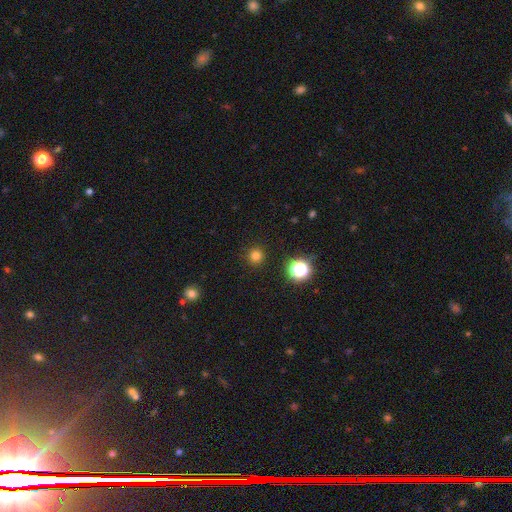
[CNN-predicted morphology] The model was most divided on "smooth or featured": smooth: 78%, star or artifact: 17%, featured or disk: 4%. More confident: how rounded — round (95%); merging — none (92%).